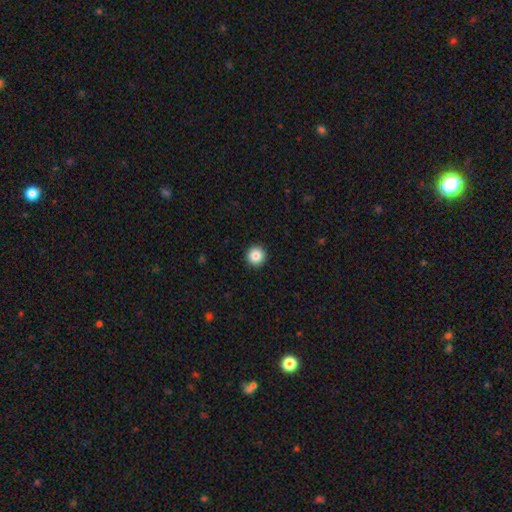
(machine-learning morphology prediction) smooth-or-featured: smooth: 86% | star or artifact: 10% | featured or disk: 5%
  how-rounded: round: 95% | in between: 4% | cigar-shaped: 1%
  merging: none: 93% | minor disturbance: 4% | major disturbance: 1% | merger: 1%